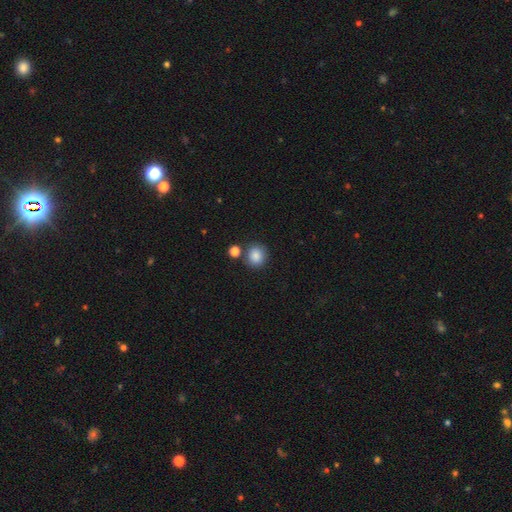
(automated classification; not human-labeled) A smooth galaxy with no disk features (86%) that is round (84%). Merging: none (78%).